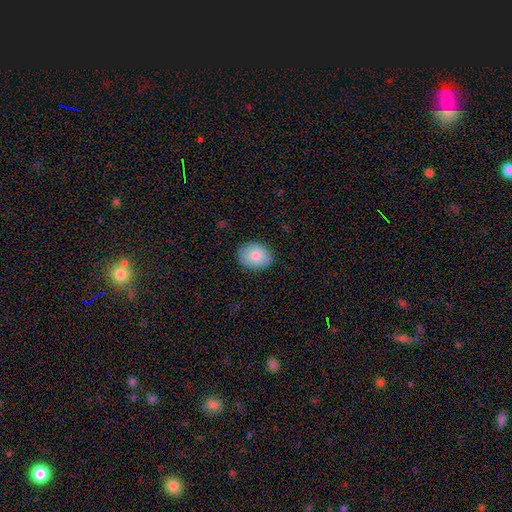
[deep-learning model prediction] Overall: smooth (85%). How rounded: in between (54%; round 46%). Merging: none (87%).